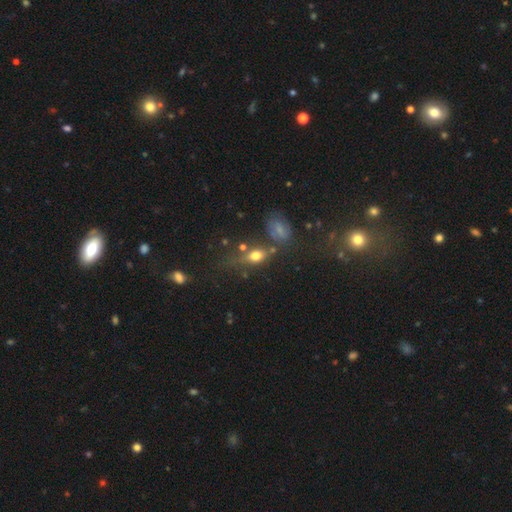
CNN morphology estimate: A smooth galaxy with no disk features (67%) that is in between round and cigar-shaped (68%).

Vote fractions:
- Smooth or featured? smooth: 67% / featured or disk: 20% / star or artifact: 14%
- How rounded? in between: 68% / round: 19% / cigar-shaped: 13%
- Merging? none: 57% / minor disturbance: 19% / merger: 13% / major disturbance: 11%